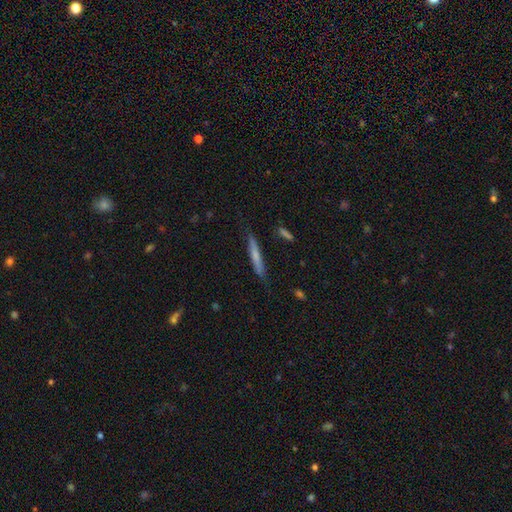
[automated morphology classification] type=smooth (61%); roundness=cigar-shaped (94%); merging=none (81%).